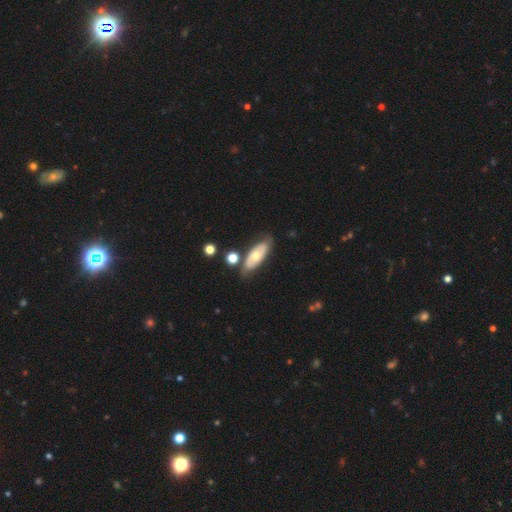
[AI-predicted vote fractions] Q: Smooth or featured?
A: featured or disk (52%); runner-up: smooth (42%)
Q: Edge-on disk?
A: no (81%); runner-up: yes (19%)
Q: Merging?
A: none (73%); runner-up: minor disturbance (16%)